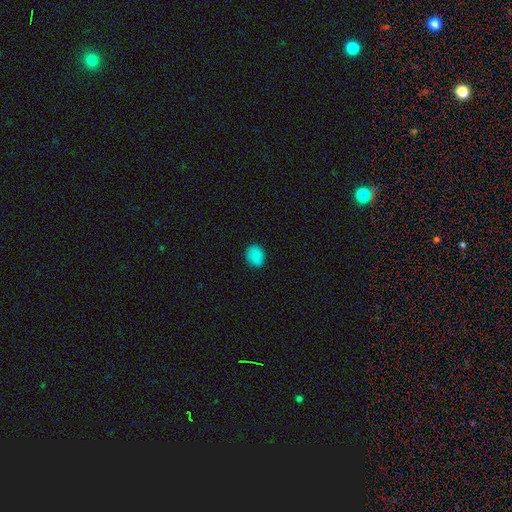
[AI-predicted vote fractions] A smooth galaxy with no disk features (86%) that is round (59%). Merging: none (86%).